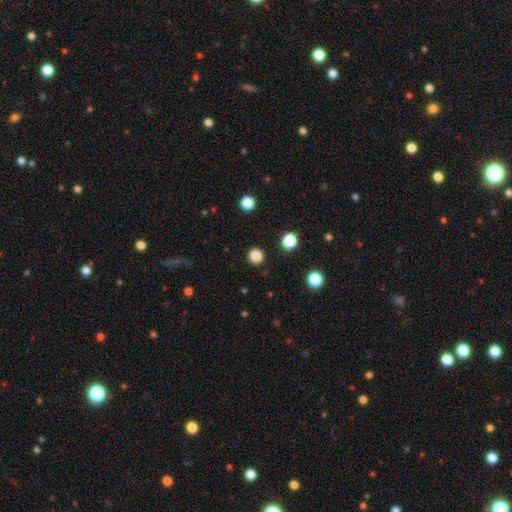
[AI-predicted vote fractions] This appears to be a smooth galaxy with no disk features (84%) that is round (95%). Merging: none (92%).